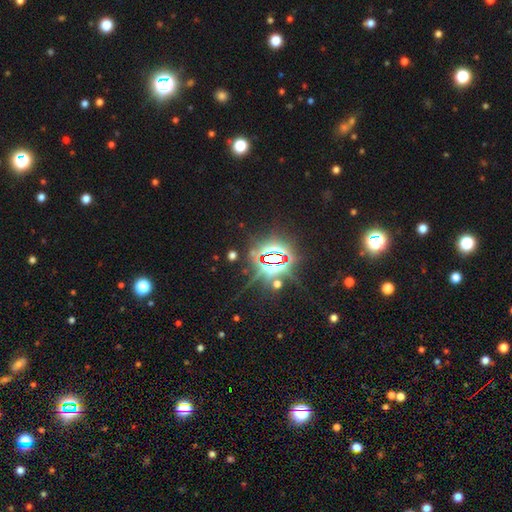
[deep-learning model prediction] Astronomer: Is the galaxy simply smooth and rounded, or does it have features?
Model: star or artifact — 83%.